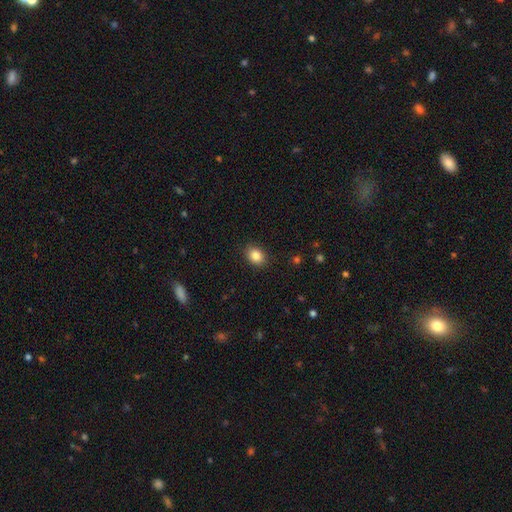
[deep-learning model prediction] Smooth or featured: smooth — 86% (star or artifact — 9%)
How rounded: in between — 67% (round — 32%)
Merging: none — 89% (minor disturbance — 8%)